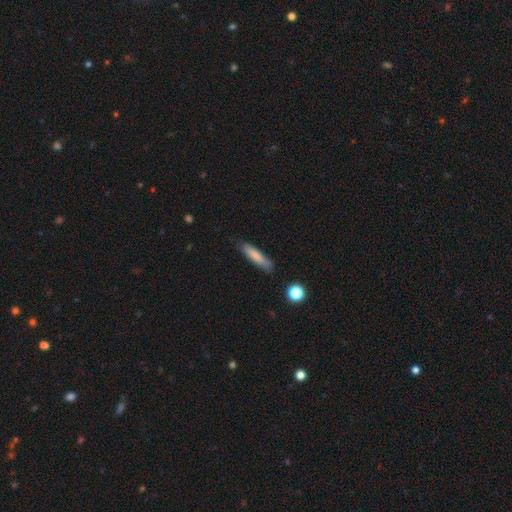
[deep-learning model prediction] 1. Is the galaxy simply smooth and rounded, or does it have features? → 78% smooth, 15% featured or disk, 7% star or artifact.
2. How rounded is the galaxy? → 77% cigar-shaped, 21% in between, 2% round.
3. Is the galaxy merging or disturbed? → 76% none, 18% minor disturbance, 3% major disturbance, 3% merger.